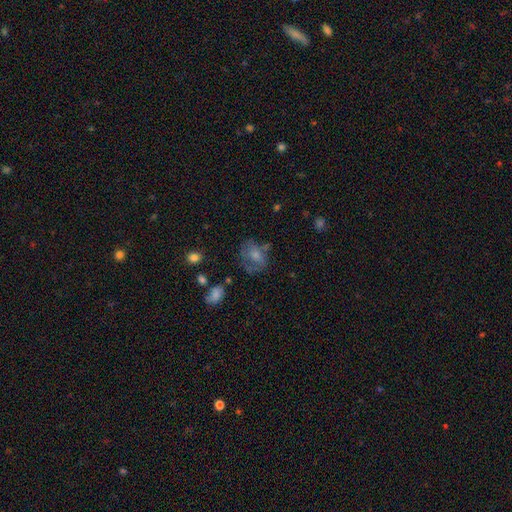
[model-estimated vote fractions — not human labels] Smooth or featured? Predicted: smooth (p=0.43). Merging? Predicted: none (p=0.55).